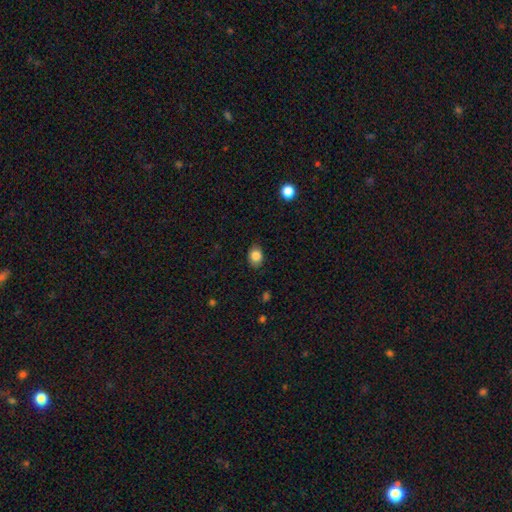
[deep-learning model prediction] smooth-or-featured: smooth: 85% | star or artifact: 9% | featured or disk: 6%
  how-rounded: in between: 63% | round: 36% | cigar-shaped: 1%
  merging: none: 85% | minor disturbance: 12% | major disturbance: 2% | merger: 1%